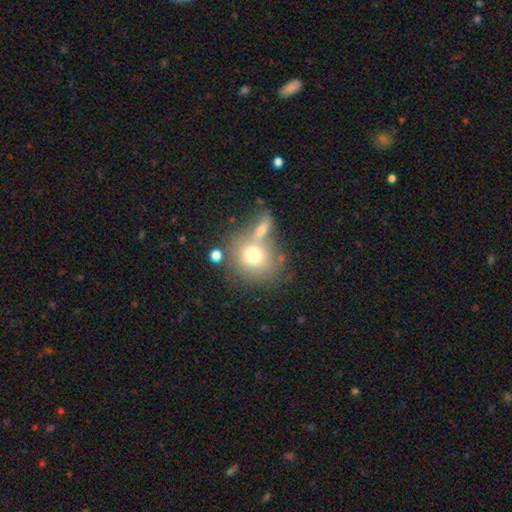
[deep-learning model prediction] Q: Smooth or featured?
A: smooth (70%); runner-up: featured or disk (19%)
Q: How rounded?
A: round (80%); runner-up: in between (19%)
Q: Merging?
A: none (46%); runner-up: merger (35%)